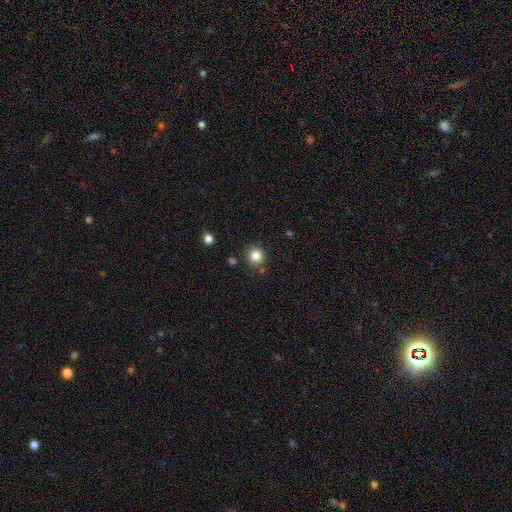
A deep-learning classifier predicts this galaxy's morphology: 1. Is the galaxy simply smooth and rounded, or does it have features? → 83% smooth, 12% star or artifact, 6% featured or disk.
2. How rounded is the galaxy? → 90% round, 9% in between, 1% cigar-shaped.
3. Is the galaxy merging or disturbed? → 83% none, 10% minor disturbance, 5% merger, 3% major disturbance.